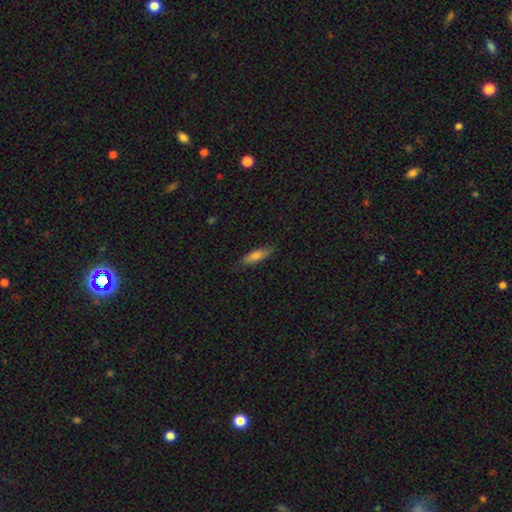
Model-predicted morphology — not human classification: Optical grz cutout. It shows a smooth galaxy with no disk features (72%) that is cigar-shaped (59%). Merging: none (80%).